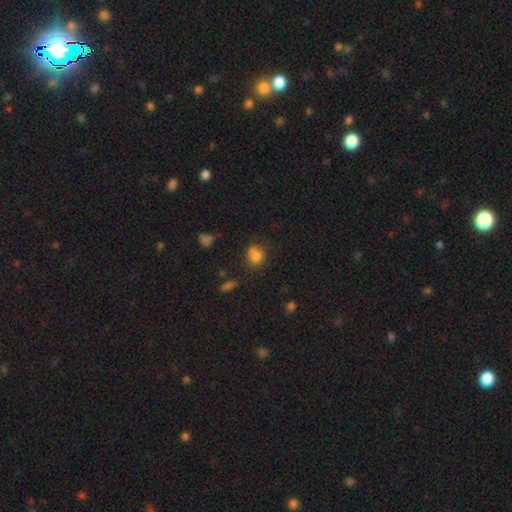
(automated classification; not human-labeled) This is likely a smooth galaxy (77%). How rounded: likely round (63%). Merging: possibly none (48%).